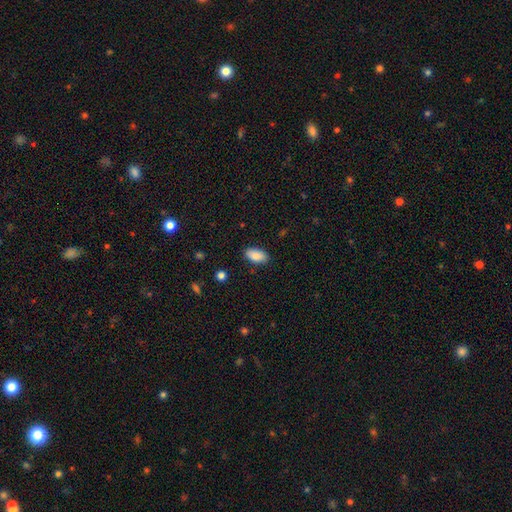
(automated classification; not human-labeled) Q: Smooth or featured?
A: smooth (88%); runner-up: star or artifact (7%)
Q: How rounded?
A: in between (93%); runner-up: cigar-shaped (4%)
Q: Merging?
A: none (87%); runner-up: minor disturbance (10%)